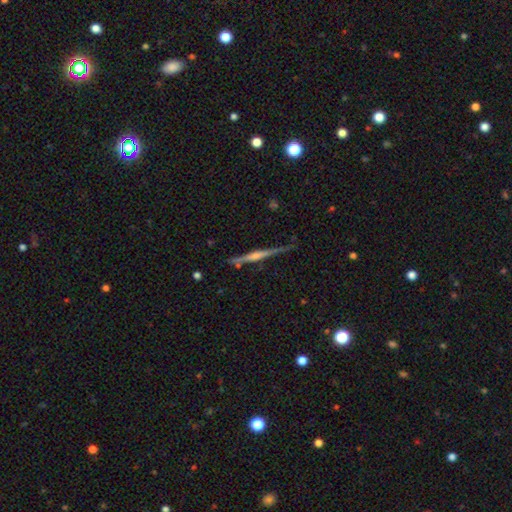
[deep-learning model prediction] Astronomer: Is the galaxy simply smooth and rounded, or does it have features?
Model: featured or disk — 76%.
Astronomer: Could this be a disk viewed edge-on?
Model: yes — 98%.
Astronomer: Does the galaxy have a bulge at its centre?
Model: rounded — 54% (runner-up: none, 29%).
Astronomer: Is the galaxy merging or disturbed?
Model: none — 85%.